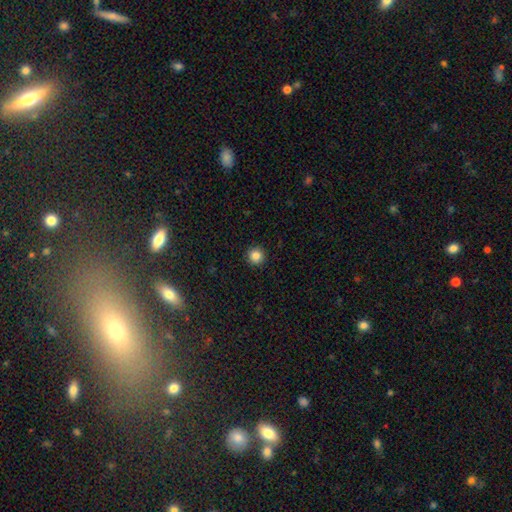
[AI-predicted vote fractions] The model was most divided on "smooth or featured": smooth: 85%, star or artifact: 11%, featured or disk: 4%. More confident: how rounded — round (96%); merging — none (93%).